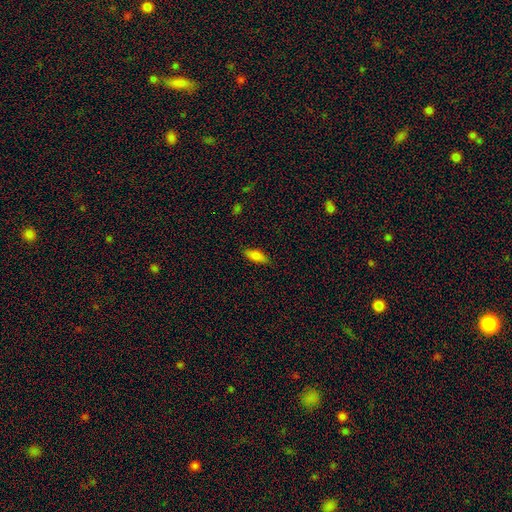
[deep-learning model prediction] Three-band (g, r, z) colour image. It shows a smooth galaxy with no disk features (82%) that is in between round and cigar-shaped (75%). Merging: none (84%).